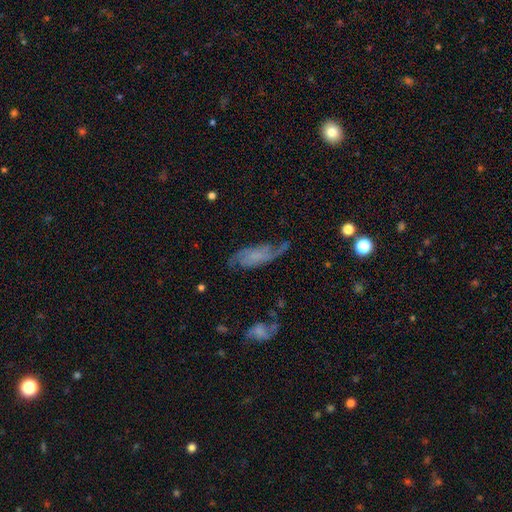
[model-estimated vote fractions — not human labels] Morphology: type=featured or disk (66%); edge-on=no (89%); bar=no (62%); spiral arms=yes (91%); winding=loose (45%); arm count=2 (78%); bulge=none (52%); merging=none (58%).